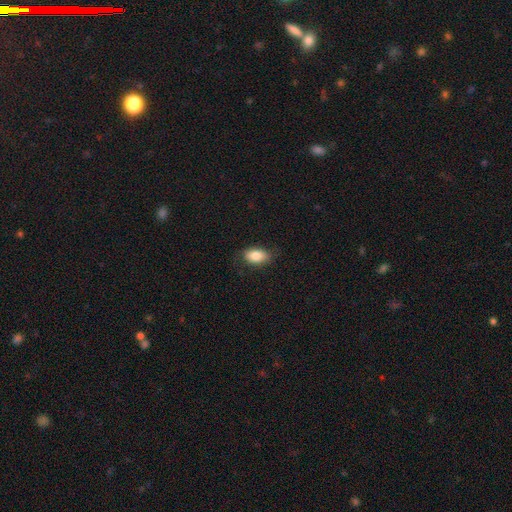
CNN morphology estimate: This is clearly a smooth galaxy (85%). How rounded: clearly in between (90%). Merging: clearly none (81%).